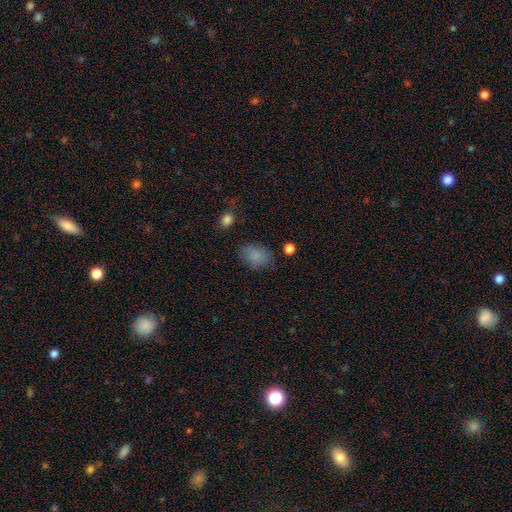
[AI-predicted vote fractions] Smooth or featured? Predicted: smooth (p=0.83). How rounded? Predicted: in between (p=0.78). Merging? Predicted: none (p=0.71).